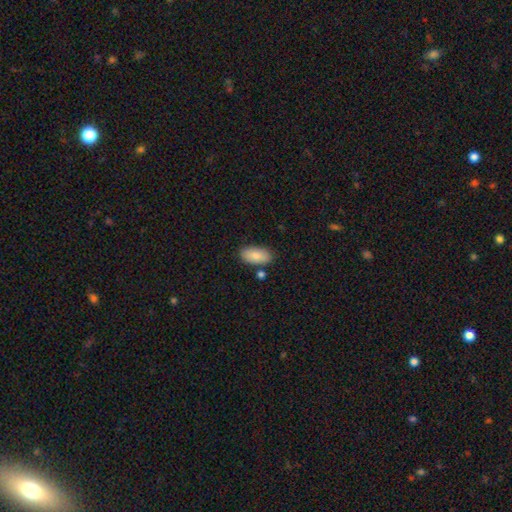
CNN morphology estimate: This appears to be a smooth galaxy with no disk features (86%) that is in between round and cigar-shaped (93%). Merging: none (80%).